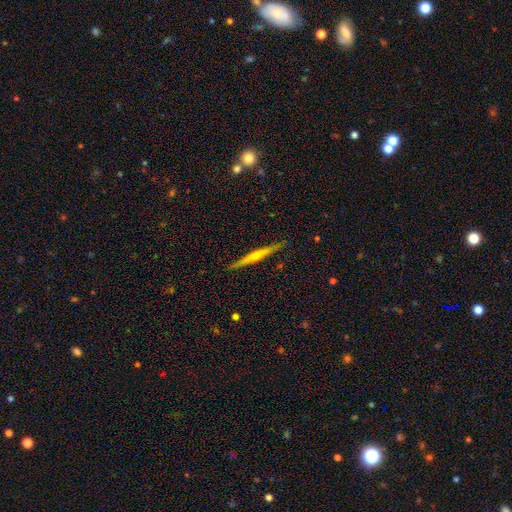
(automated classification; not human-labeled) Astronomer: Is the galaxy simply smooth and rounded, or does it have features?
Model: featured or disk — 71%.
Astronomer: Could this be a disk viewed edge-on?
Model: yes — 98%.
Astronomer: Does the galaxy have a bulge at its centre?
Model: rounded — 77%.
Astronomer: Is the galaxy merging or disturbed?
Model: none — 91%.